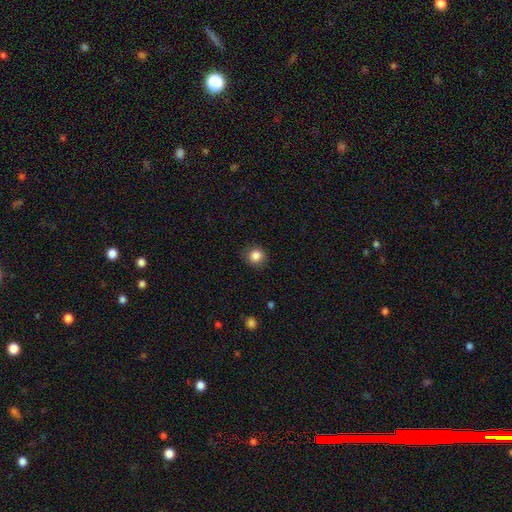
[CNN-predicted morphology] smooth_or_featured: smooth (p=0.85) [alt: star or artifact p=0.10]
how_rounded: round (p=0.88) [alt: in between p=0.12]
merging: none (p=0.86) [alt: minor disturbance p=0.11]